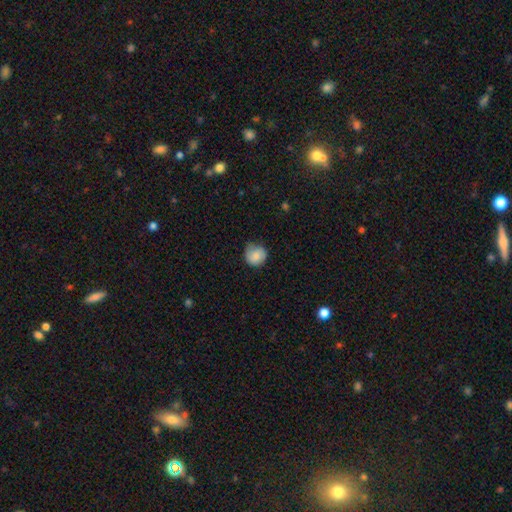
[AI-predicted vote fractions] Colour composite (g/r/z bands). It shows a smooth galaxy with no disk features (81%) that is round (86%). Merging: none (62%).